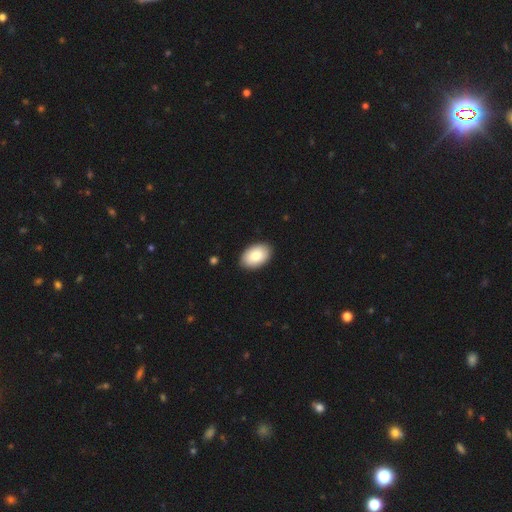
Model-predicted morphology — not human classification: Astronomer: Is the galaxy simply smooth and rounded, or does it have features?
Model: smooth — 85%.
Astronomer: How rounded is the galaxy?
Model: in between — 92%.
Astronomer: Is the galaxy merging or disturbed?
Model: none — 90%.